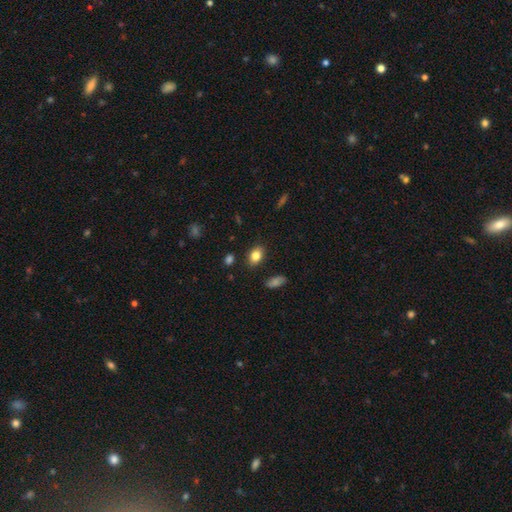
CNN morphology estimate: type=smooth (83%); roundness=in between (77%); merging=none (86%).